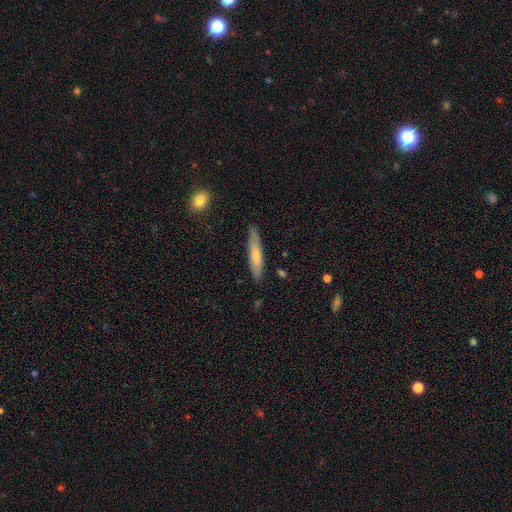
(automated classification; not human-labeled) This appears to be a smooth galaxy with no disk features (57%) that is cigar-shaped (88%). Merging: none (85%).